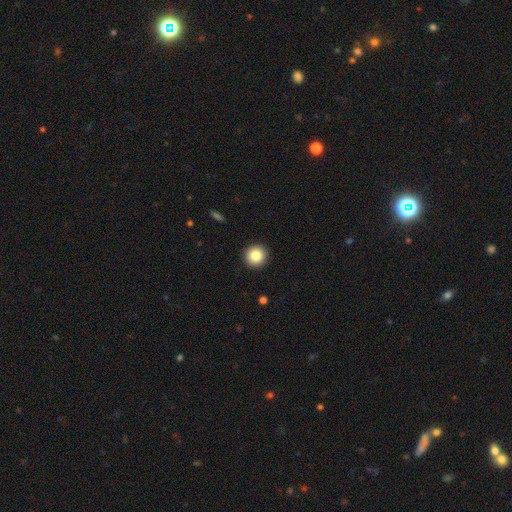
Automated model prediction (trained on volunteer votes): smooth-or-featured: smooth: 85% | star or artifact: 9% | featured or disk: 6%
  how-rounded: round: 95% | in between: 4% | cigar-shaped: 1%
  merging: none: 93% | minor disturbance: 4% | major disturbance: 1% | merger: 1%